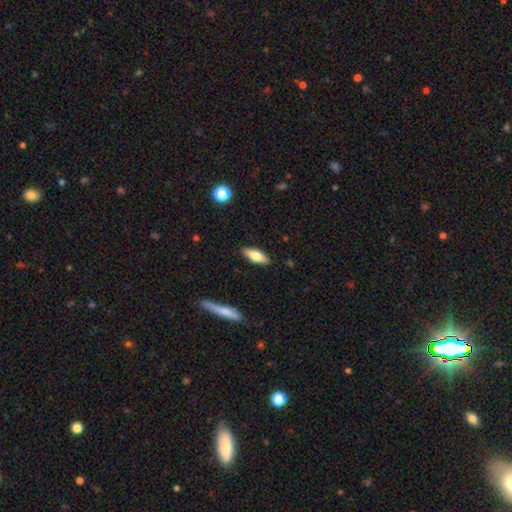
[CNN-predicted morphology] smooth_or_featured: smooth (p=0.67) [alt: featured or disk p=0.27]
how_rounded: in between (p=0.71) [alt: cigar-shaped p=0.27]
merging: none (p=0.88) [alt: minor disturbance p=0.09]